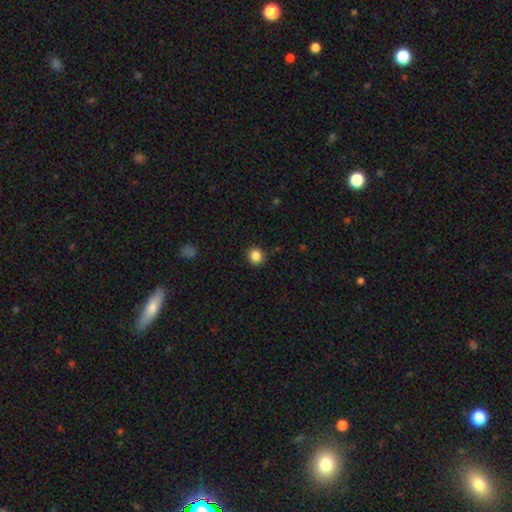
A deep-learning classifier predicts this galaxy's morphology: Smooth or featured?
  - smooth: 85% *
  - star or artifact: 11%
  - featured or disk: 4%
How rounded?
  - round: 91% *
  - in between: 8%
  - cigar-shaped: 1%
Merging?
  - none: 91% *
  - minor disturbance: 6%
  - major disturbance: 2%
  - merger: 1%